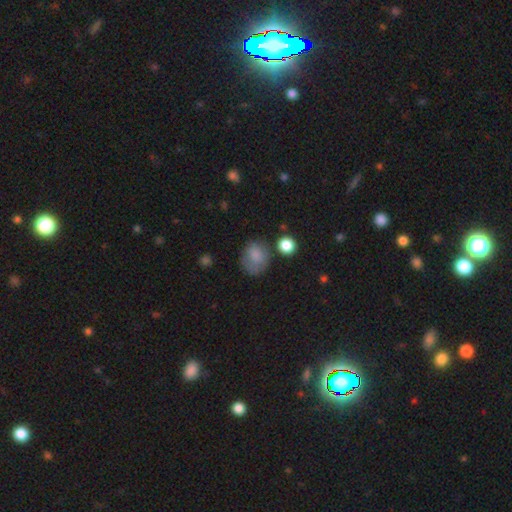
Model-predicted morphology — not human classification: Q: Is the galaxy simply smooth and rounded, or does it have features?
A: smooth — 80%.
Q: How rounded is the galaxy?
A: round — 54%.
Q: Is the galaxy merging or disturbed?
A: none — 53%.